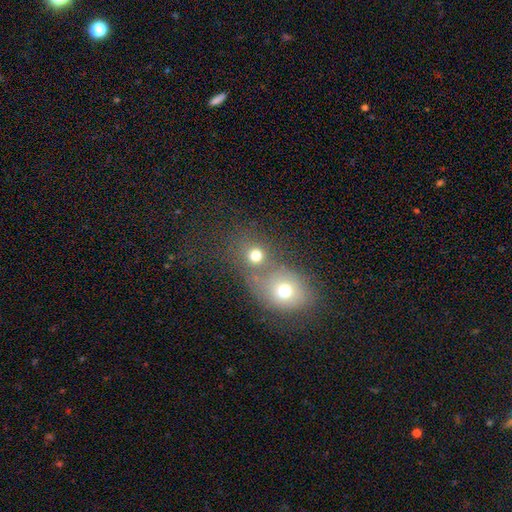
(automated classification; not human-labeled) smooth-or-featured: smooth: 73% | star or artifact: 16% | featured or disk: 11%
  how-rounded: round: 76% | in between: 23% | cigar-shaped: 1%
  merging: merger: 53% | none: 36% | minor disturbance: 6% | major disturbance: 5%